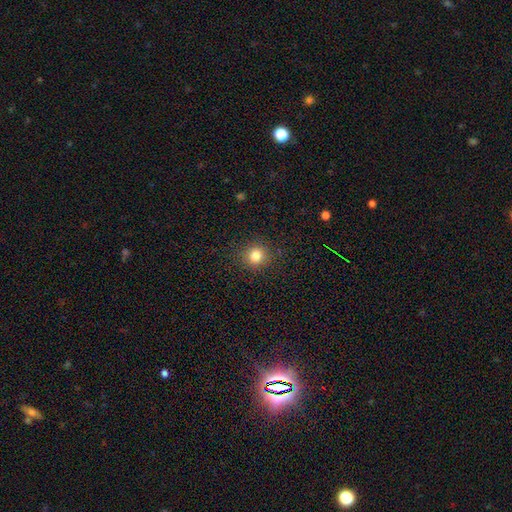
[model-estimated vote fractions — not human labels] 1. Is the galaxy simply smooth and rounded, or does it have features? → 82% smooth, 12% star or artifact, 5% featured or disk.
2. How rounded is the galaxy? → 90% round, 9% in between, 1% cigar-shaped.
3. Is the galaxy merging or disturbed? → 90% none, 7% minor disturbance, 3% major disturbance, 1% merger.